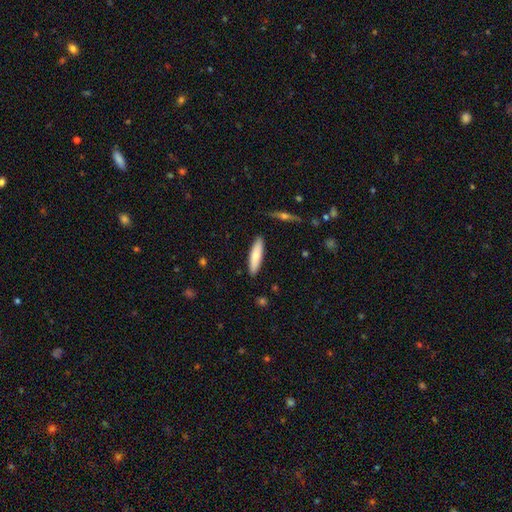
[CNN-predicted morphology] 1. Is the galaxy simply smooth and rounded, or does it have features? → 74% smooth, 21% featured or disk, 6% star or artifact.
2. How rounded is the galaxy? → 73% cigar-shaped, 25% in between, 1% round.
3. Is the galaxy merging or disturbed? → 89% none, 8% minor disturbance, 2% major disturbance, 1% merger.